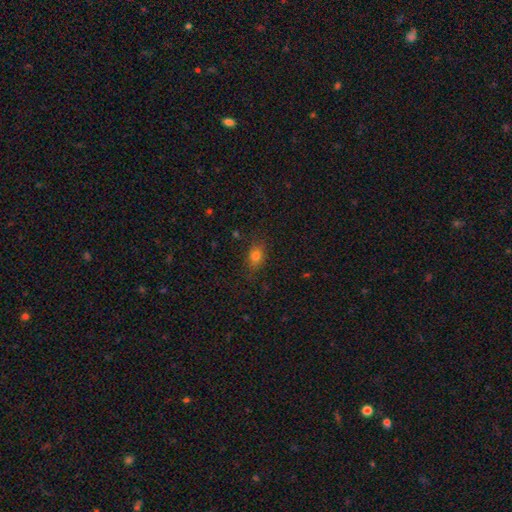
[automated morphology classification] Q: Smooth or featured?
A: smooth (78%); runner-up: star or artifact (14%)
Q: How rounded?
A: in between (64%); runner-up: round (34%)
Q: Merging?
A: none (81%); runner-up: minor disturbance (14%)